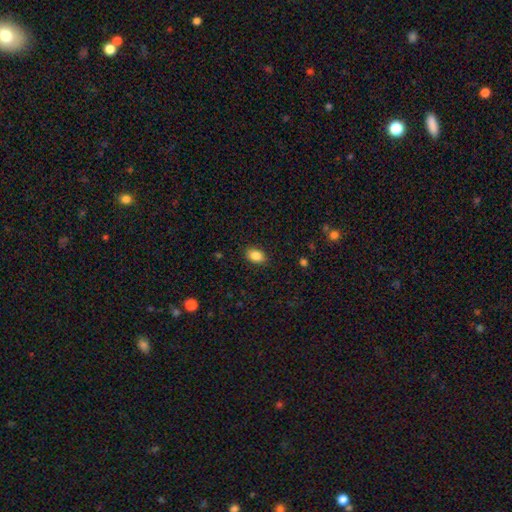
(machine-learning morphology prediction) A smooth galaxy with no disk features (86%) that is in between round and cigar-shaped (83%). Merging: none (87%).